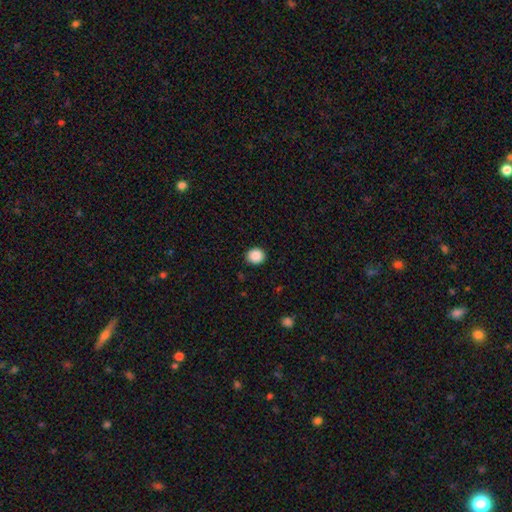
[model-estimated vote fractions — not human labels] Q: Smooth or featured?
A: smooth (88%); runner-up: star or artifact (9%)
Q: How rounded?
A: round (84%); runner-up: in between (15%)
Q: Merging?
A: none (90%); runner-up: minor disturbance (7%)